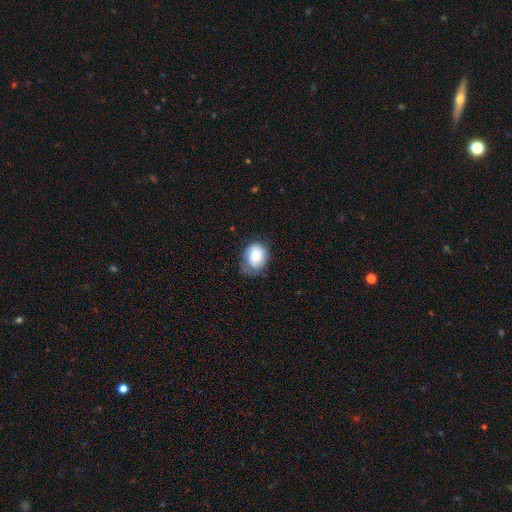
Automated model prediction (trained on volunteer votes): Overall: smooth (78%). How rounded: in between (52%; round 47%). Merging: none (52%; minor disturbance 35%).